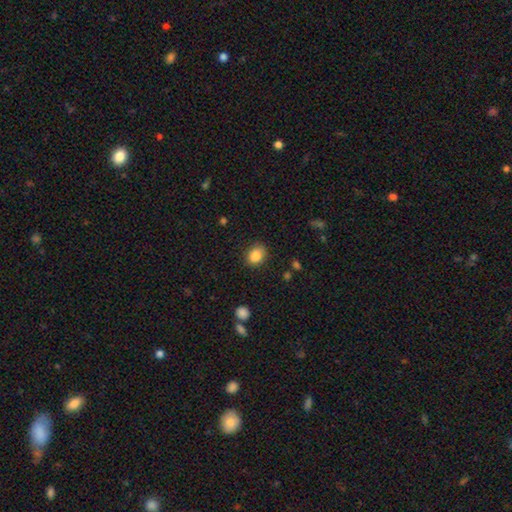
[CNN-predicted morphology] This is clearly a smooth galaxy (86%). How rounded: possibly in between (51%). Merging: clearly none (85%).